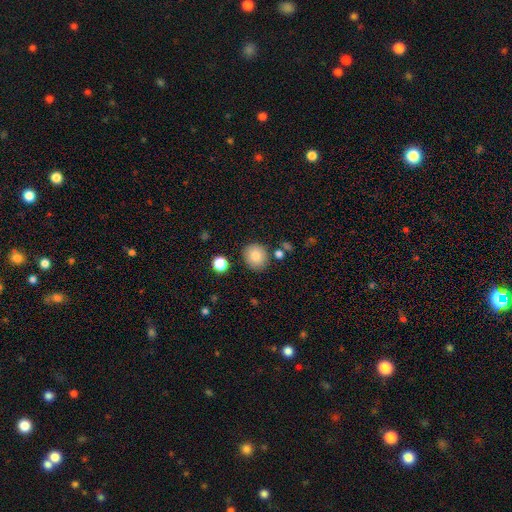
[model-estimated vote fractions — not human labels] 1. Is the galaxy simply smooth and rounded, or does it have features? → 82% smooth, 10% star or artifact, 8% featured or disk.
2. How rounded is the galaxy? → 86% round, 13% in between, 1% cigar-shaped.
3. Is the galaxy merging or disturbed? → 84% none, 9% minor disturbance, 4% merger, 3% major disturbance.